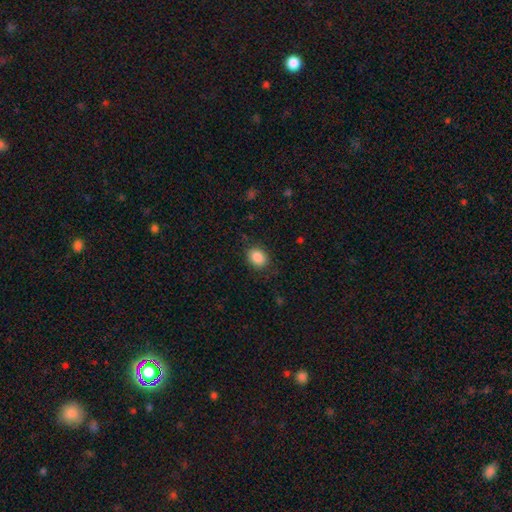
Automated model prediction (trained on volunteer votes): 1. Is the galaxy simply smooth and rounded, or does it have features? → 86% smooth, 9% star or artifact, 5% featured or disk.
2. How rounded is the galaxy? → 51% in between, 49% round, 1% cigar-shaped.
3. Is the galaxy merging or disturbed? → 86% none, 10% minor disturbance, 3% major disturbance, 1% merger.